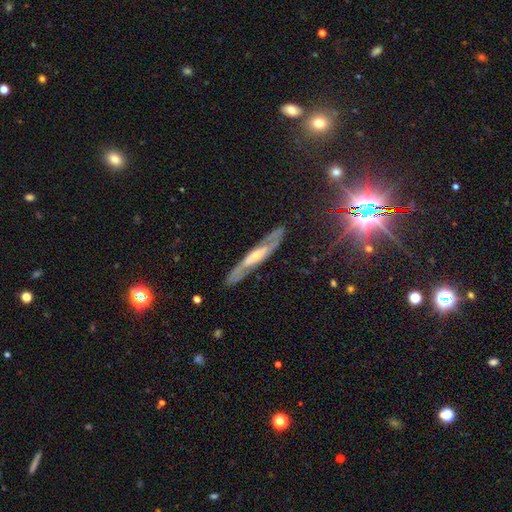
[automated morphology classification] type=featured or disk (75%); edge-on=yes (55%); merging=none (81%).